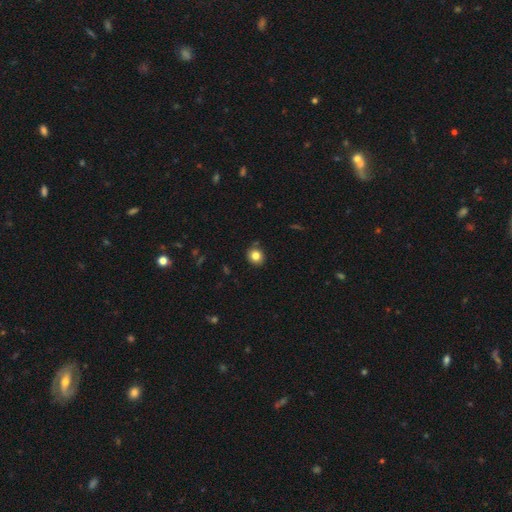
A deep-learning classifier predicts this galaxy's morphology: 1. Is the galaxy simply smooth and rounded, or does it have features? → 82% smooth, 11% star or artifact, 7% featured or disk.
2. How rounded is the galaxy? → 82% round, 17% in between, 1% cigar-shaped.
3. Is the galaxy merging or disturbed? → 87% none, 9% minor disturbance, 2% merger, 2% major disturbance.